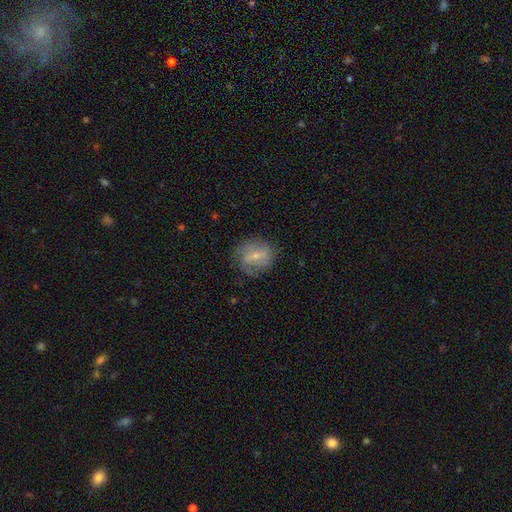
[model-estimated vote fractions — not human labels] A featured or disk galaxy (52%). Merging: none (72%).